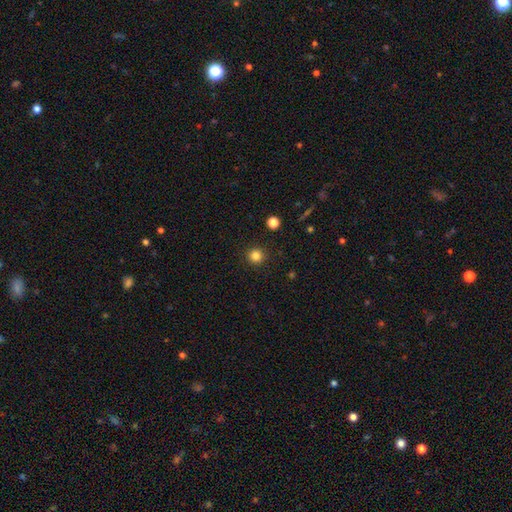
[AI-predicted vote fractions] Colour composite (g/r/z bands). It shows a smooth galaxy with no disk features (83%) that is round (95%). Merging: none (92%).